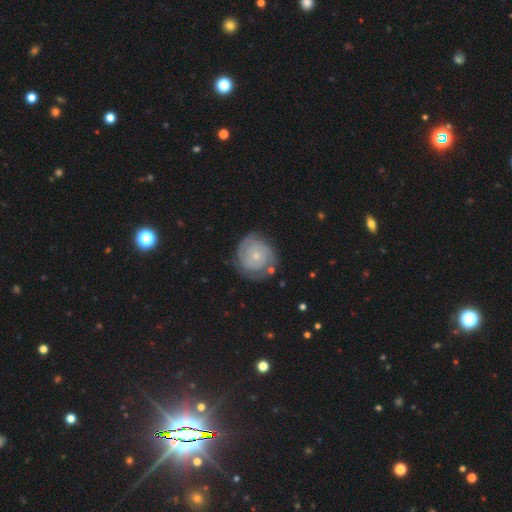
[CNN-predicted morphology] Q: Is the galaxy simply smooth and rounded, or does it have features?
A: featured or disk — 74%.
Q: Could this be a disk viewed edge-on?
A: no — 98%.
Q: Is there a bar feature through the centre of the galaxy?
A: no — 80%.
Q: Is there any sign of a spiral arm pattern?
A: yes — 91%.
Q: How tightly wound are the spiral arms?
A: tight — 74%.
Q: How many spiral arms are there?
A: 2 — 45%.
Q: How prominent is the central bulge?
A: small — 73%.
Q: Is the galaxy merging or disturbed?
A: none — 72%.